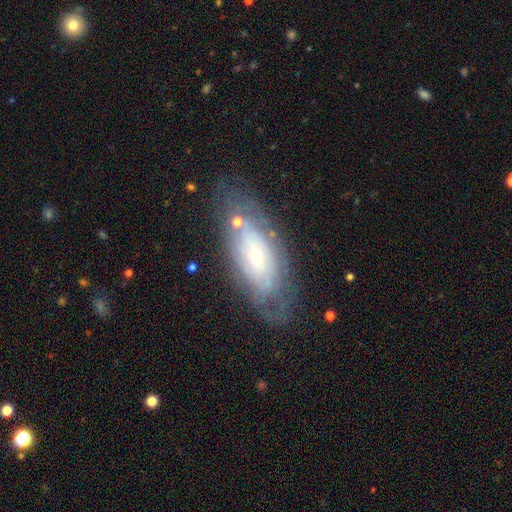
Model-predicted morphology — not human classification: A featured or disk galaxy (68%) with no bar (77%), spiral arms (68%) and a small central bulge (68%).

Vote fractions:
- Smooth or featured? featured or disk: 68% / smooth: 24% / star or artifact: 8%
- Edge-on disk? no: 86% / yes: 14%
- Bar? no: 77% / weak: 18% / strong: 5%
- Spiral arms? yes: 68% / no: 32%
- Bulge size? small: 68% / moderate: 27% / large: 2% / none: 1% / dominant: 1%
- Merging? none: 68% / minor disturbance: 20% / major disturbance: 9% / merger: 4%